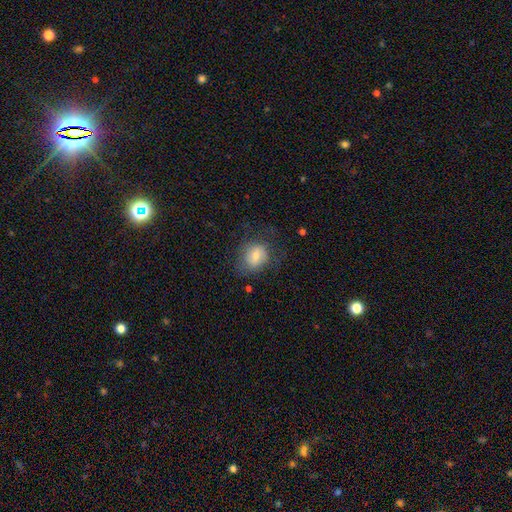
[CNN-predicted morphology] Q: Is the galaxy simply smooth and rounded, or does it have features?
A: smooth — 68%.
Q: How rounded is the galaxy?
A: round — 52%.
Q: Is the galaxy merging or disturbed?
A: none — 60%.